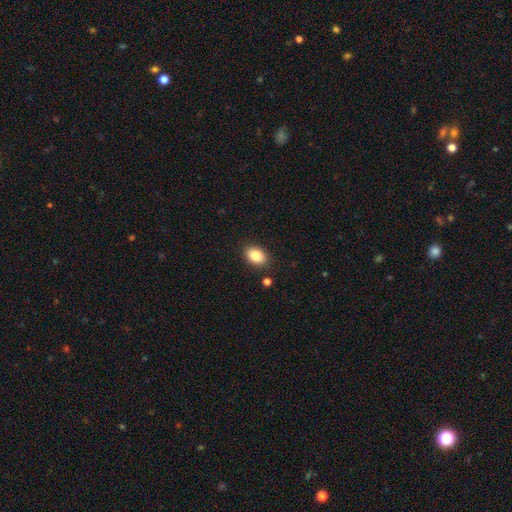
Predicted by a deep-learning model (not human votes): Morphology: type=smooth (84%); roundness=in between (79%); merging=none (86%).